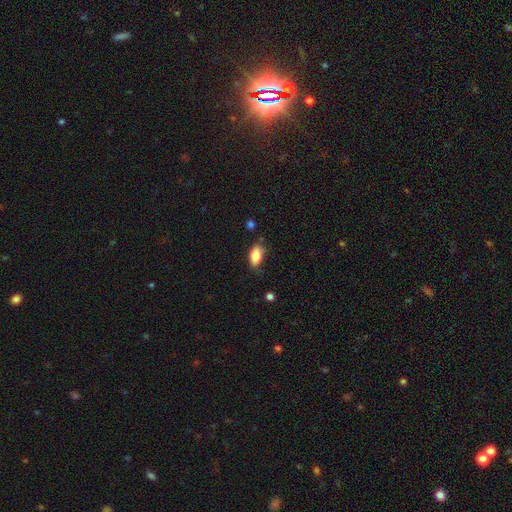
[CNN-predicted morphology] smooth-or-featured: smooth: 83% | featured or disk: 10% | star or artifact: 7%
  how-rounded: in between: 89% | cigar-shaped: 6% | round: 4%
  merging: none: 65% | minor disturbance: 27% | major disturbance: 6% | merger: 3%